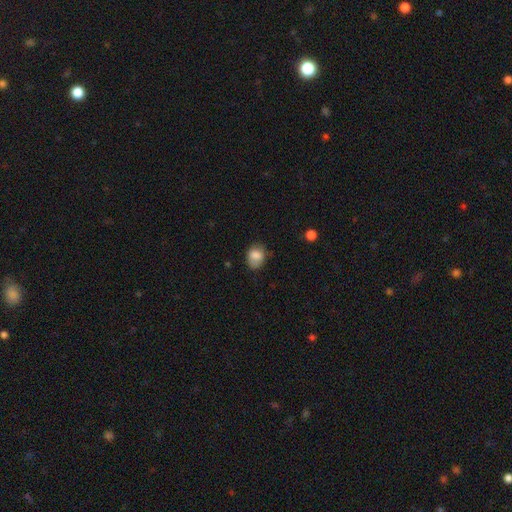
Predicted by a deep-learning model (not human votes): This appears to be a smooth galaxy with no disk features (80%) that is in between round and cigar-shaped (55%). Merging: none (57%).